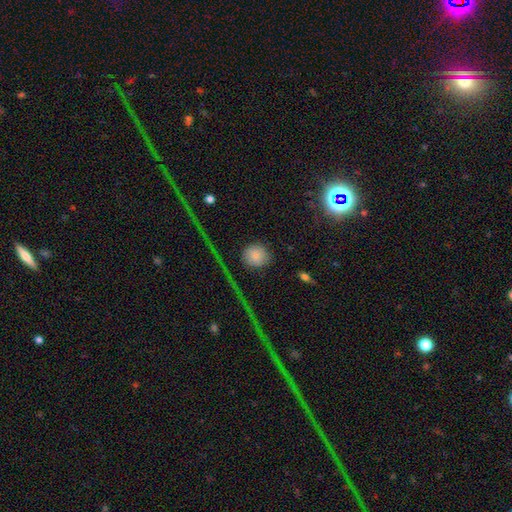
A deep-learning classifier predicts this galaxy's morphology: smooth_or_featured: smooth (p=0.77) [alt: featured or disk p=0.13]
how_rounded: round (p=0.90) [alt: in between p=0.08]
merging: none (p=0.78) [alt: minor disturbance p=0.12]